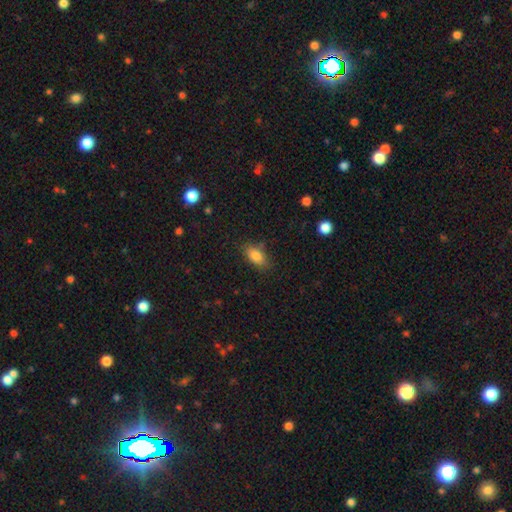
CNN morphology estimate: Smooth or featured?
  - smooth: 84% *
  - star or artifact: 9%
  - featured or disk: 7%
How rounded?
  - in between: 89% *
  - round: 7%
  - cigar-shaped: 5%
Merging?
  - none: 79% *
  - minor disturbance: 15%
  - major disturbance: 4%
  - merger: 2%